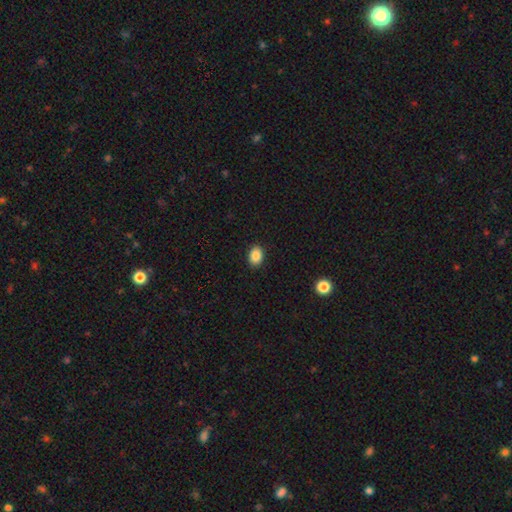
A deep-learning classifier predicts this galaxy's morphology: Smooth or featured? Predicted: smooth (p=0.87). How rounded? Predicted: in between (p=0.74). Merging? Predicted: none (p=0.90).